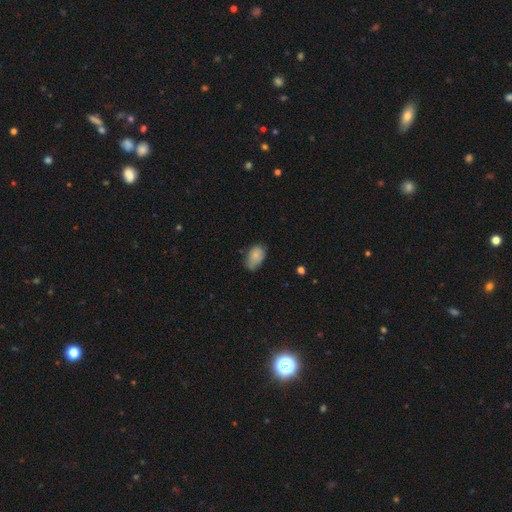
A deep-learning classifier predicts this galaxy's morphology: Smooth or featured: smooth — 80% (featured or disk — 12%)
How rounded: in between — 90% (round — 9%)
Merging: none — 55% (minor disturbance — 35%)